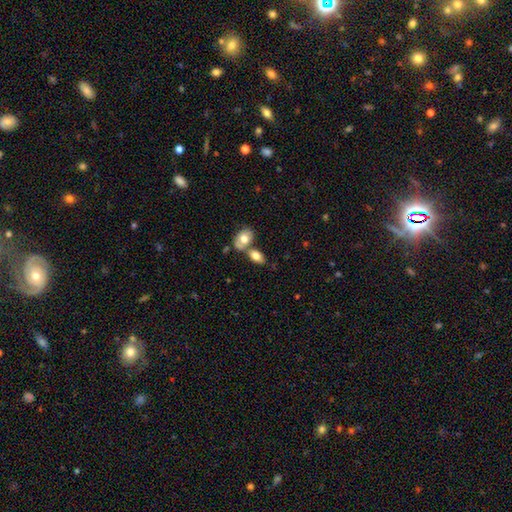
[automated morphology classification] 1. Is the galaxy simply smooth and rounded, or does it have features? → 75% smooth, 19% featured or disk, 7% star or artifact.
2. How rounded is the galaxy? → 90% in between, 7% round, 3% cigar-shaped.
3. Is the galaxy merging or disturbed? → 45% none, 41% merger, 11% minor disturbance, 4% major disturbance.